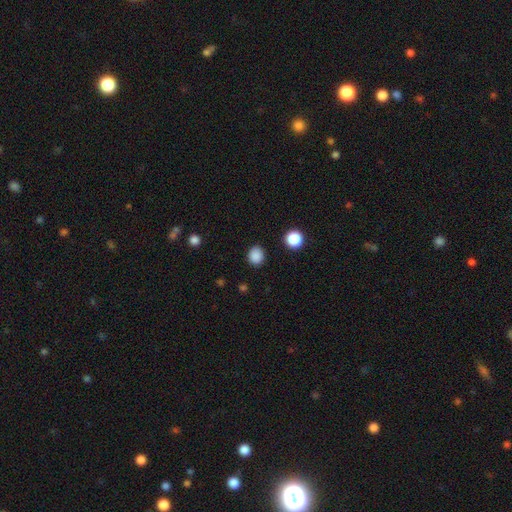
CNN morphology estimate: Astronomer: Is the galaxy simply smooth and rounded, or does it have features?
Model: smooth — 86%.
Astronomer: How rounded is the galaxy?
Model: round — 77%.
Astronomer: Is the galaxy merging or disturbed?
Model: none — 89%.